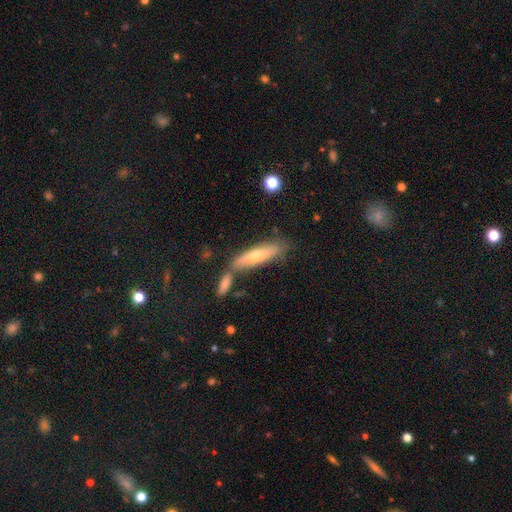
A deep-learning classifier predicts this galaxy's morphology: Smooth or featured?
  - smooth: 55% *
  - featured or disk: 39%
  - star or artifact: 6%
How rounded?
  - cigar-shaped: 75% *
  - in between: 24%
  - round: 2%
Merging?
  - none: 61% *
  - merger: 20%
  - minor disturbance: 15%
  - major disturbance: 4%